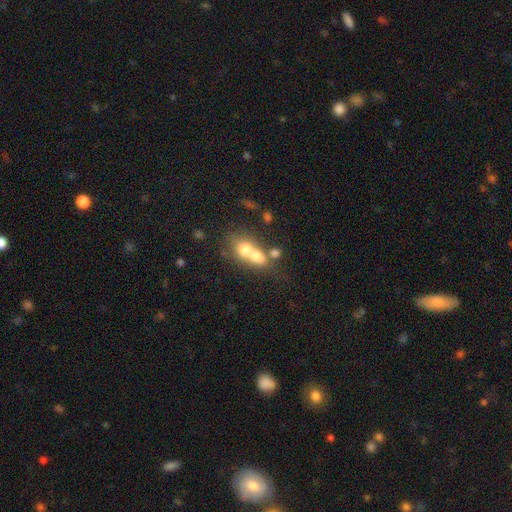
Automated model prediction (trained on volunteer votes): A smooth galaxy with no disk features (66%) that is in between round and cigar-shaped (53%). Merging: merger (68%).